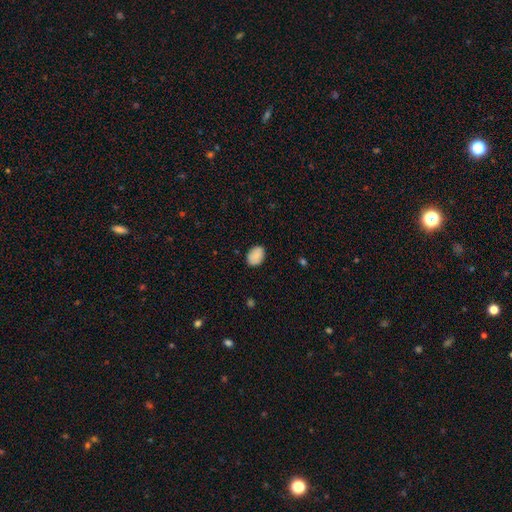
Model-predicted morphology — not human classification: This is clearly a smooth galaxy (86%). How rounded: likely in between (77%). Merging: clearly none (81%).